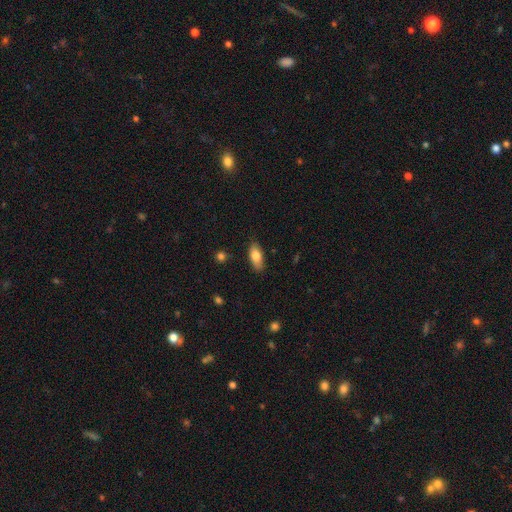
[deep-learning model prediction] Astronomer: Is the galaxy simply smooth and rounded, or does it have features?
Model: smooth — 79%.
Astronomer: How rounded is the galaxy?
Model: in between — 82%.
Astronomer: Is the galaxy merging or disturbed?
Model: none — 84%.